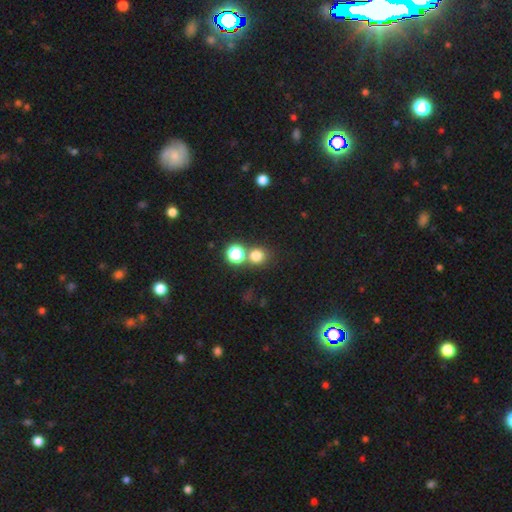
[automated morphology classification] type=smooth (74%); roundness=round (86%); merging=none (64%).